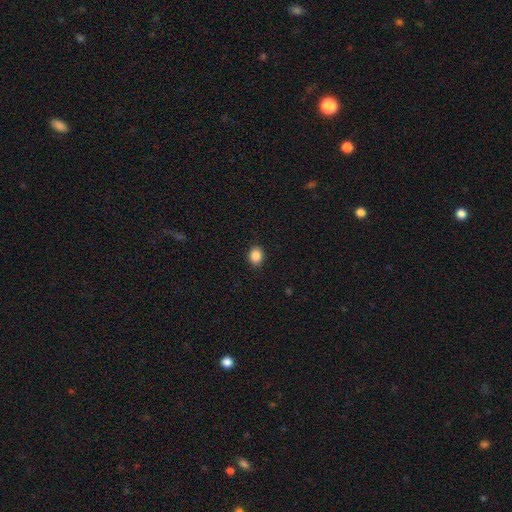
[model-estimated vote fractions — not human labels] Smooth or featured: smooth — 87% (star or artifact — 9%)
How rounded: round — 55% (in between — 44%)
Merging: none — 91% (minor disturbance — 6%)